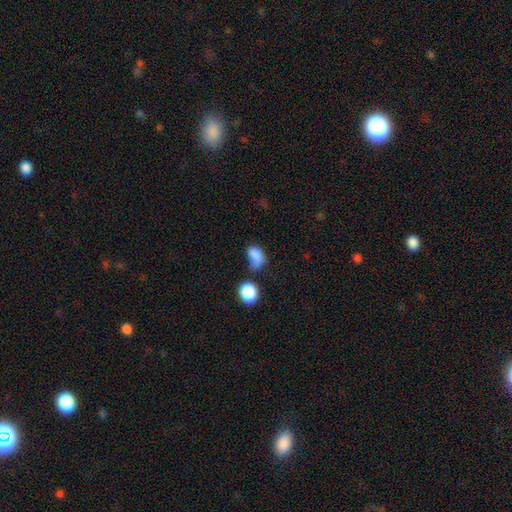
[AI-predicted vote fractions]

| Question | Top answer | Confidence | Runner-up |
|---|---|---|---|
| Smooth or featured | smooth | 81% | star or artifact (11%) |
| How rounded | in between | 77% | round (22%) |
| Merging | none | 32% | minor disturbance (27%) |